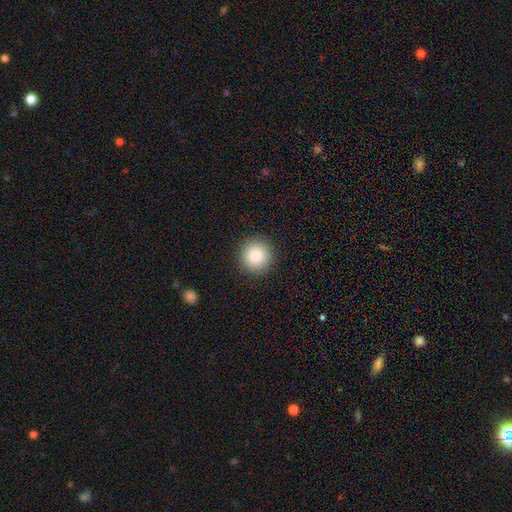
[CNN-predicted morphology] Smooth or featured? smooth (85%)
How rounded? round (95%)
Merging? none (92%)